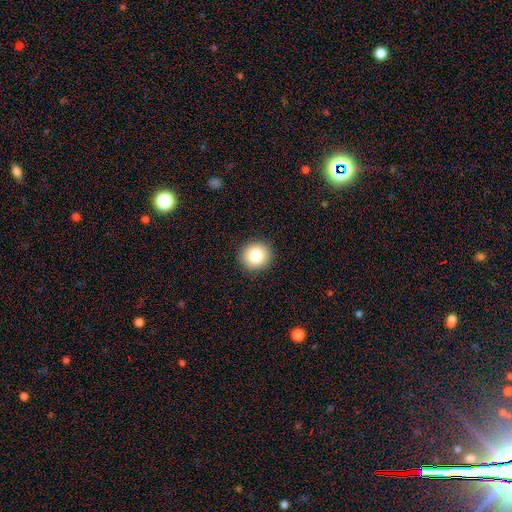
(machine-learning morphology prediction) Smooth or featured: smooth — 82% (star or artifact — 10%)
How rounded: round — 92% (in between — 7%)
Merging: none — 92% (minor disturbance — 5%)